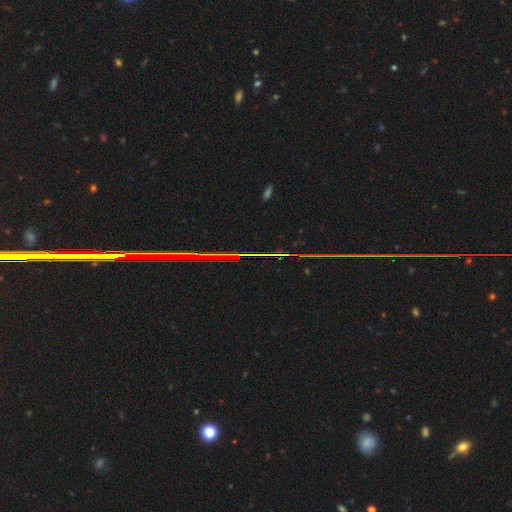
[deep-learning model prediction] Smooth or featured? Predicted: star or artifact (p=0.84).